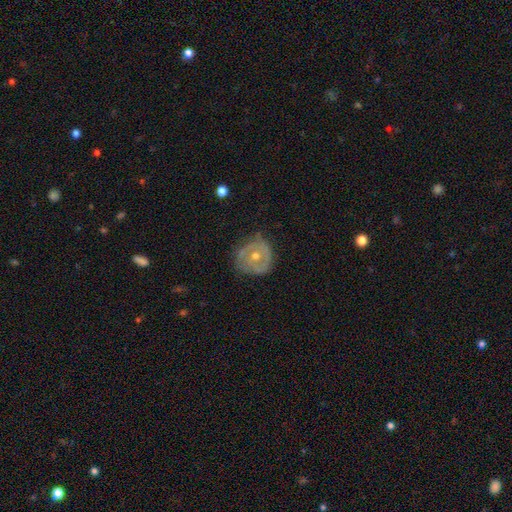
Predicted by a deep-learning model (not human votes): Smooth or featured?
  - featured or disk: 67% *
  - smooth: 25%
  - star or artifact: 8%
Edge-on disk?
  - no: 96% *
  - yes: 4%
Bar?
  - no: 81% *
  - weak: 15%
  - strong: 4%
Spiral arms?
  - yes: 60% *
  - no: 40%
Bulge size?
  - moderate: 61% *
  - small: 36%
  - large: 1%
  - none: 1%
  - dominant: 1%
Merging?
  - none: 71% *
  - minor disturbance: 21%
  - major disturbance: 7%
  - merger: 1%